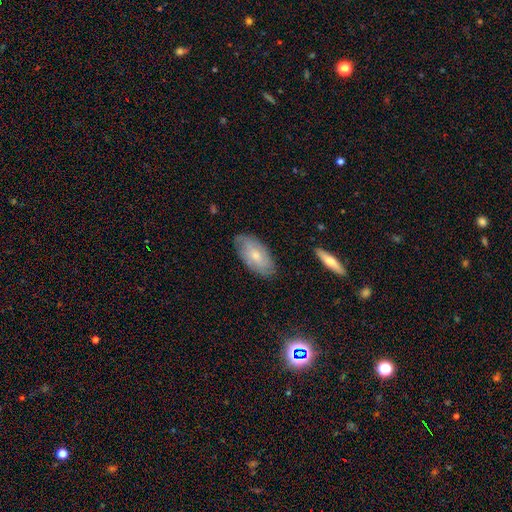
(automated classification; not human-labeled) smooth-or-featured: featured or disk: 47% | smooth: 46% | star or artifact: 7%
  merging: none: 79% | minor disturbance: 16% | major disturbance: 3% | merger: 1%